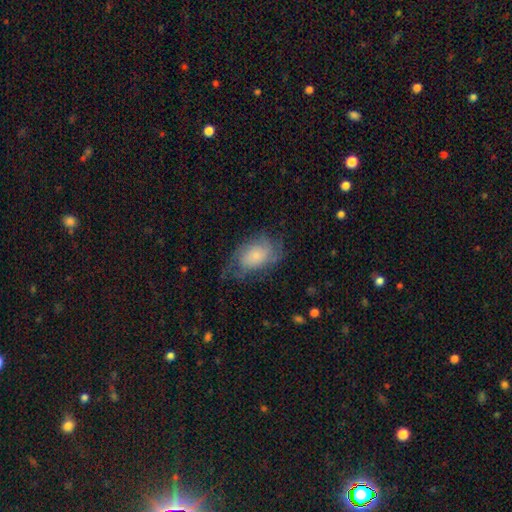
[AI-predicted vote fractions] smooth_or_featured: smooth (p=0.55) [alt: featured or disk p=0.37]
how_rounded: in between (p=0.87) [alt: round p=0.11]
merging: none (p=0.50) [alt: minor disturbance p=0.28]